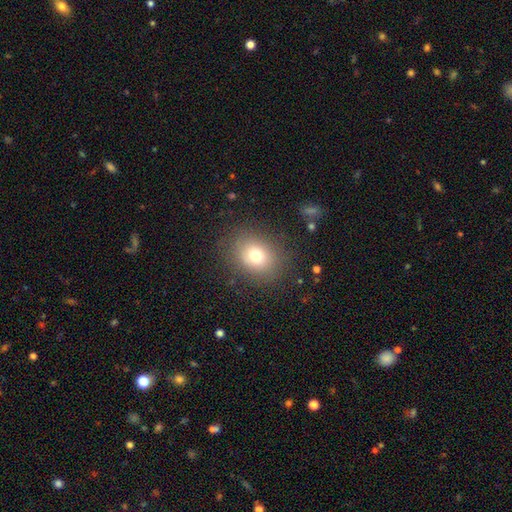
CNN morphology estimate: The model was most divided on "how rounded": round: 60%, in between: 39%, cigar-shaped: 1%. More confident: merging — none (83%); smooth or featured — smooth (73%).